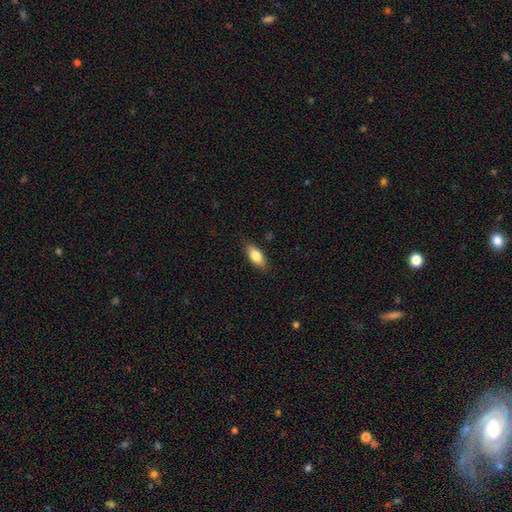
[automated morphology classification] A smooth galaxy with no disk features (79%) that is in between round and cigar-shaped (79%).

Vote fractions:
- Smooth or featured? smooth: 79% / featured or disk: 14% / star or artifact: 7%
- How rounded? in between: 79% / cigar-shaped: 18% / round: 3%
- Merging? none: 84% / minor disturbance: 12% / major disturbance: 3% / merger: 1%